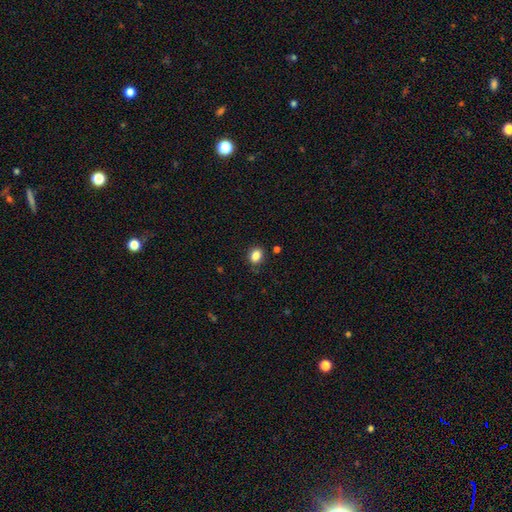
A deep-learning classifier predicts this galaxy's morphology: smooth 85%, star or artifact 10%, featured or disk 5%. Down the decision tree: how rounded — in between (59%); merging — none (82%).